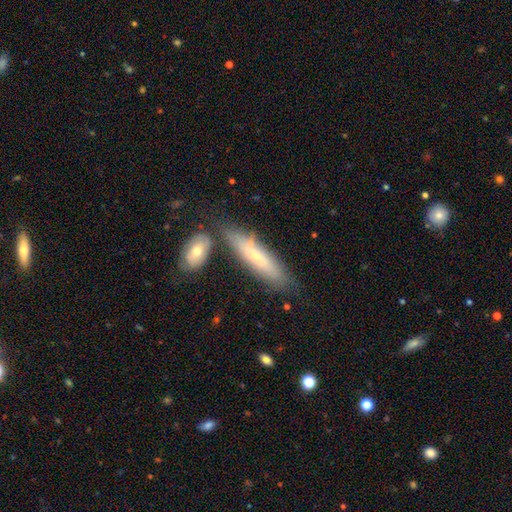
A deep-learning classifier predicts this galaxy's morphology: The model was most divided on "smooth or featured": smooth: 55%, featured or disk: 38%, star or artifact: 7%. More confident: how rounded — cigar-shaped (73%); merging — none (69%).